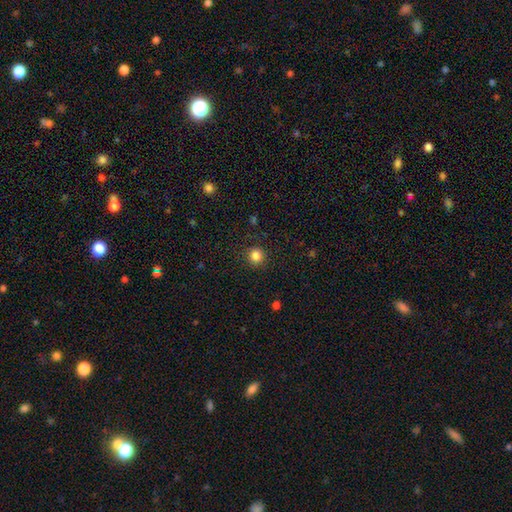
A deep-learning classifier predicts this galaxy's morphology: type=smooth (84%); roundness=round (94%); merging=none (90%).